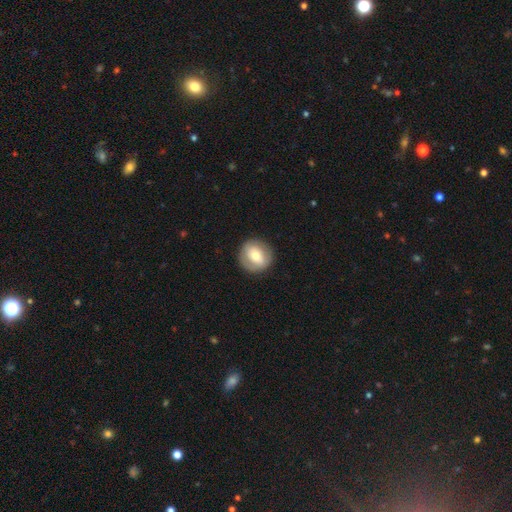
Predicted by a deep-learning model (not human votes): A smooth galaxy with no disk features (53%) that is round (85%). Merging: none (86%).